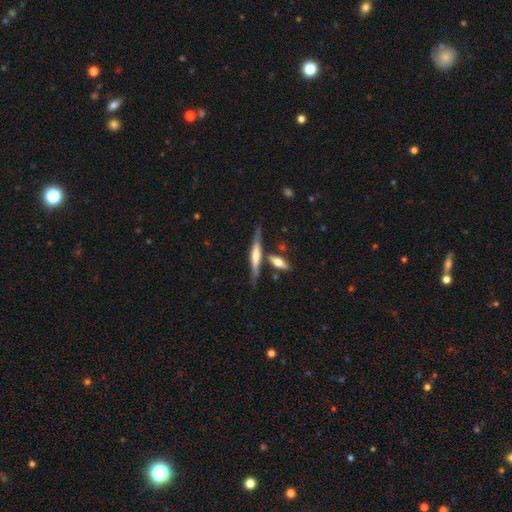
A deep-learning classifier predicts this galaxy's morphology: This is likely a featured or disk galaxy (61%). It is clearly viewed edge-on (94%). Edge-on bulge: possibly rounded (51%). Merging: likely none (69%).